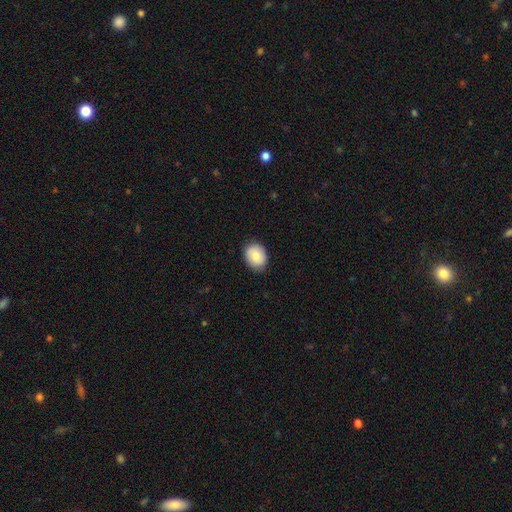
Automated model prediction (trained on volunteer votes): A smooth galaxy with no disk features (79%) that is in between round and cigar-shaped (51%).

Vote fractions:
- Smooth or featured? smooth: 79% / featured or disk: 14% / star or artifact: 7%
- How rounded? in between: 51% / round: 48% / cigar-shaped: 1%
- Merging? none: 86% / minor disturbance: 11% / major disturbance: 2% / merger: 1%